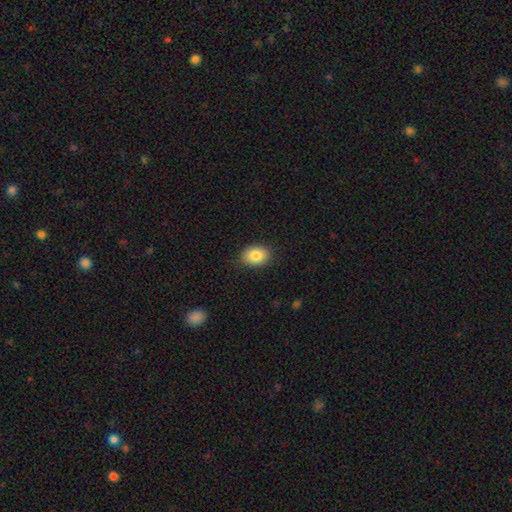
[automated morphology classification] A smooth galaxy with no disk features (85%) that is in between round and cigar-shaped (68%).

Vote fractions:
- Smooth or featured? smooth: 85% / star or artifact: 8% / featured or disk: 7%
- How rounded? in between: 68% / round: 31% / cigar-shaped: 1%
- Merging? none: 87% / minor disturbance: 10% / major disturbance: 2% / merger: 1%